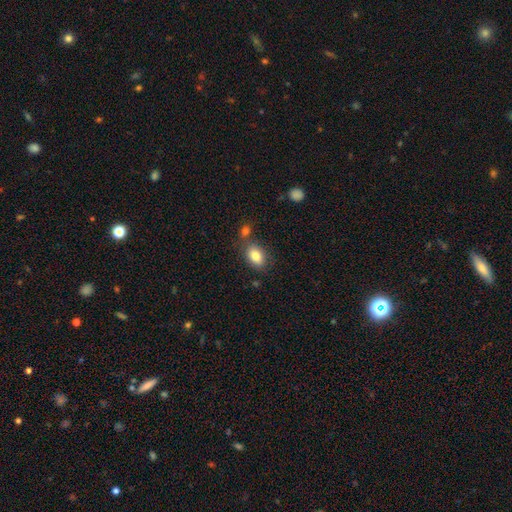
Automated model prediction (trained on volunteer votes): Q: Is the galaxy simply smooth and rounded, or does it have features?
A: smooth — 82%.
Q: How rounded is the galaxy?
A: in between — 85%.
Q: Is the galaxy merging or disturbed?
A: none — 69%.